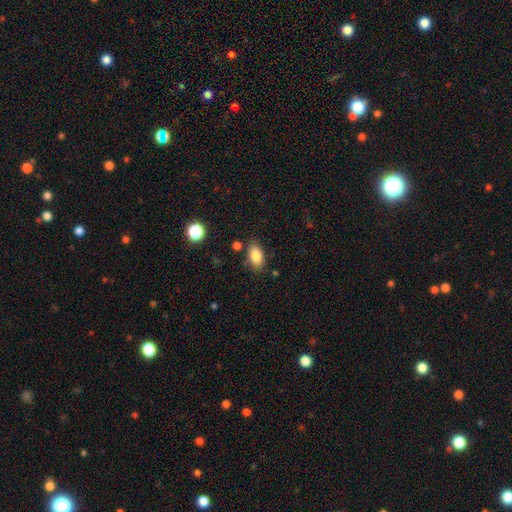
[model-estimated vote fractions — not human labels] Overall: smooth (84%). How rounded: in between (89%). Merging: none (81%).